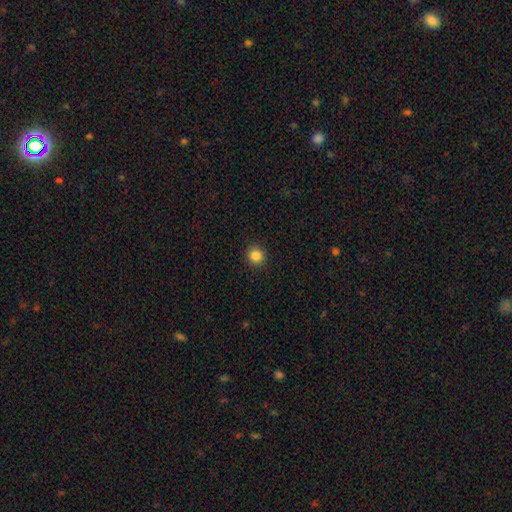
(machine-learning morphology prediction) smooth_or_featured: smooth (p=0.85) [alt: star or artifact p=0.11]
how_rounded: round (p=0.92) [alt: in between p=0.07]
merging: none (p=0.92) [alt: minor disturbance p=0.05]